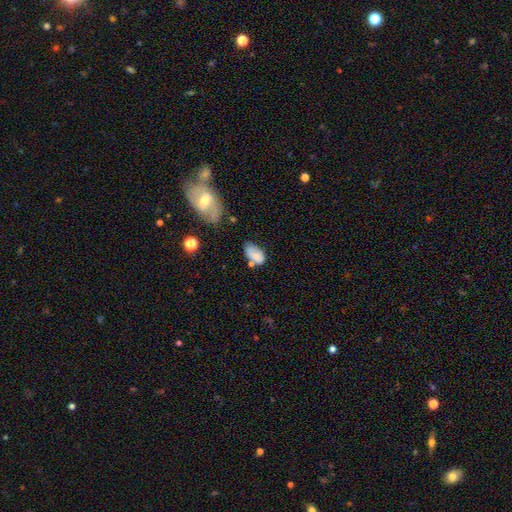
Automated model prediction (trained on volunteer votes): Overall: smooth (69%). How rounded: in between (91%). Merging: none (45%; minor disturbance 30%).